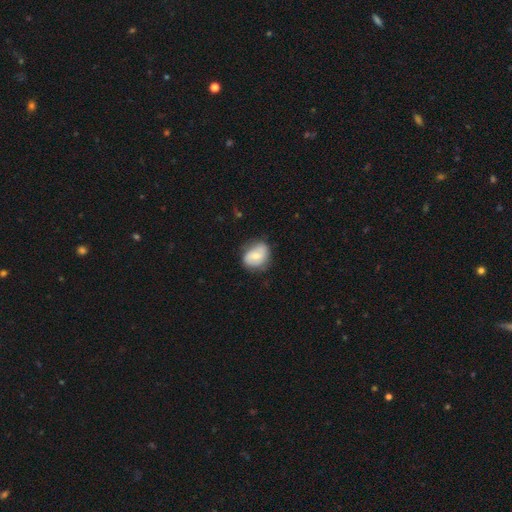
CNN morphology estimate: The model was most divided on "how rounded": in between: 56%, round: 43%, cigar-shaped: 1%. More confident: merging — none (65%); smooth or featured — smooth (60%).